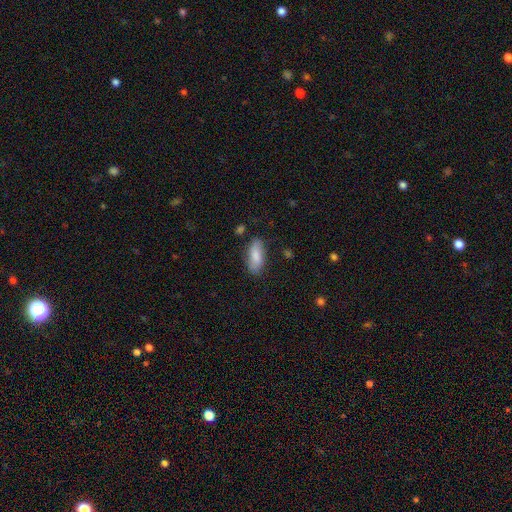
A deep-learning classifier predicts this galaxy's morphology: A smooth galaxy with no disk features (81%) that is in between round and cigar-shaped (82%). Merging: none (77%).